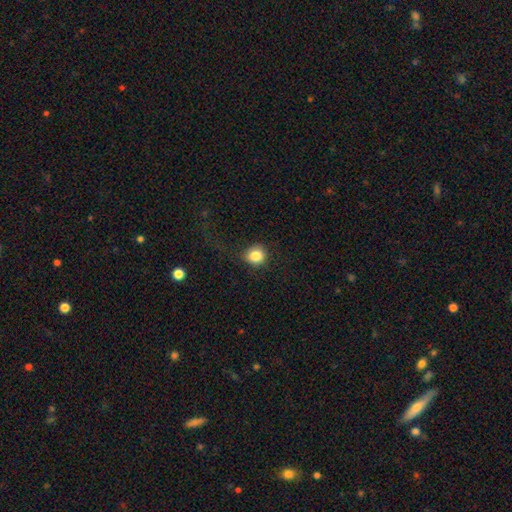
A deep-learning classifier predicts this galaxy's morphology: type=smooth (85%); roundness=round (85%); merging=none (78%).